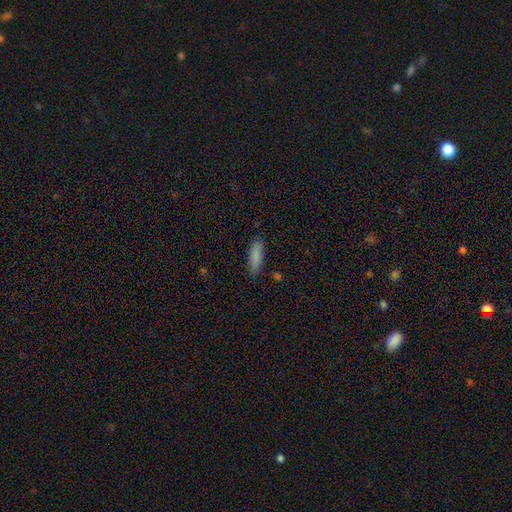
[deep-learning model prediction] A smooth galaxy with no disk features (85%) that is cigar-shaped (49%, tied with in between).

Vote fractions:
- Smooth or featured? smooth: 85% / star or artifact: 7% / featured or disk: 7%
- How rounded? cigar-shaped: 49% (tied) / in between: 49% (tied) / round: 2%
- Merging? none: 81% / minor disturbance: 14% / major disturbance: 3% / merger: 2%